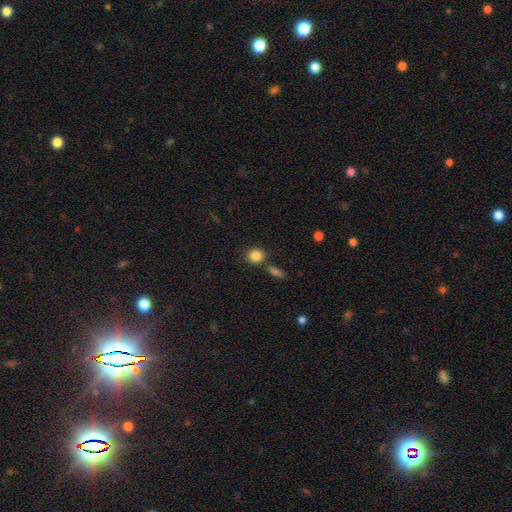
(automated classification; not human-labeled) Smooth or featured? Predicted: smooth (p=0.86). How rounded? Predicted: round (p=0.78). Merging? Predicted: none (p=0.71).